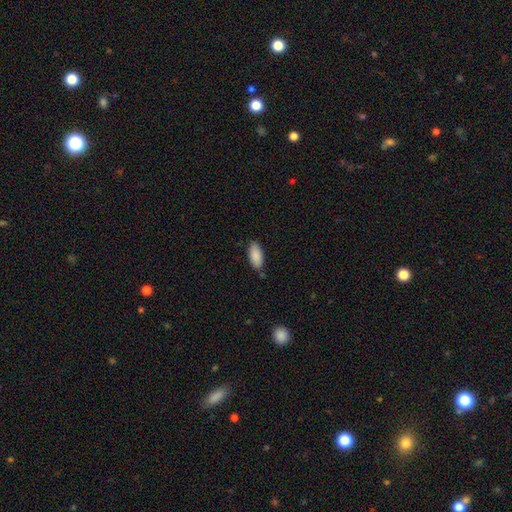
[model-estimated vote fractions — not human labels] Morphology: type=smooth (88%); roundness=in between (91%); merging=none (81%).